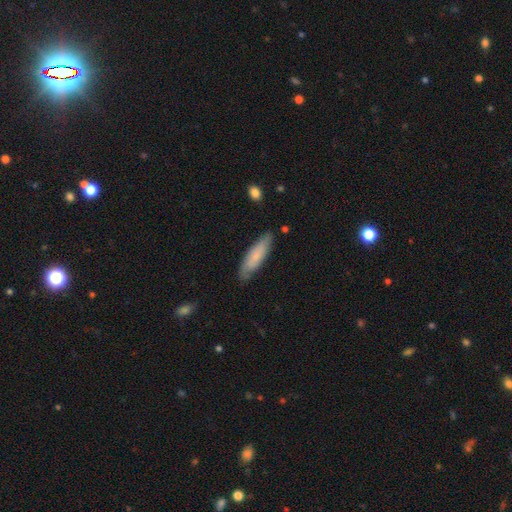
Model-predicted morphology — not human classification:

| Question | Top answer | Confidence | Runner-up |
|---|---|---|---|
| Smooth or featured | smooth | 70% | featured or disk (24%) |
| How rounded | cigar-shaped | 65% | in between (33%) |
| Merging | none | 79% | minor disturbance (16%) |